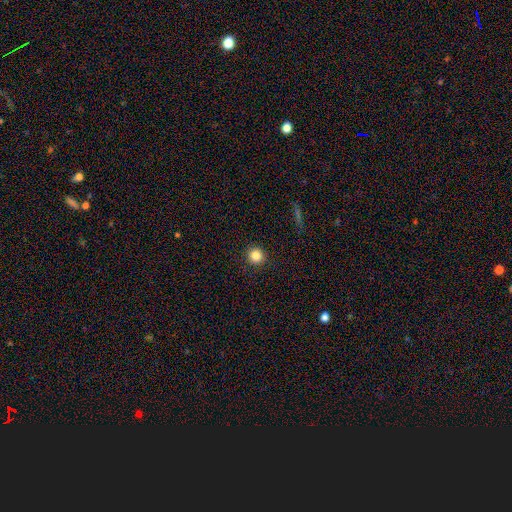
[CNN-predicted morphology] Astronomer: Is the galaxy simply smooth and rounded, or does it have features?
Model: smooth — 84%.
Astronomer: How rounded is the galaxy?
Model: round — 94%.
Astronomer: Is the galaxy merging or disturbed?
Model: none — 92%.